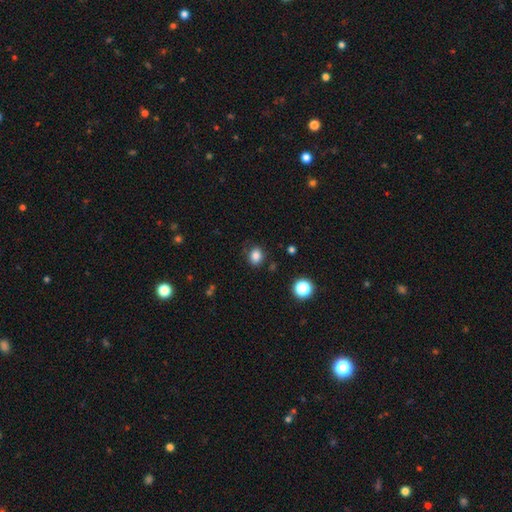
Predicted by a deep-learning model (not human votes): A smooth galaxy with no disk features (84%) that is round (57%).

Vote fractions:
- Smooth or featured? smooth: 84% / star or artifact: 12% / featured or disk: 5%
- How rounded? round: 57% / in between: 42% / cigar-shaped: 1%
- Merging? none: 83% / minor disturbance: 12% / major disturbance: 3% / merger: 2%